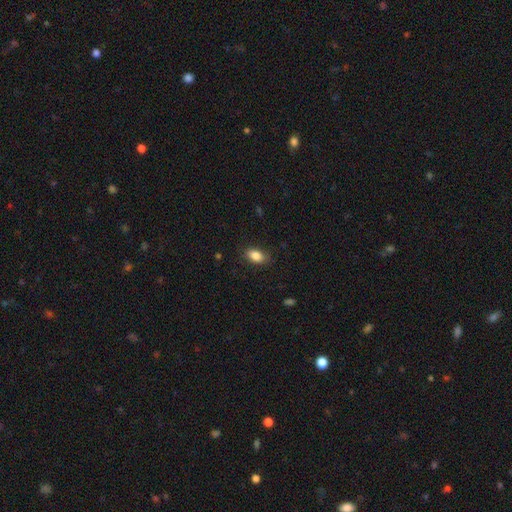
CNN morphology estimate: Smooth or featured? Predicted: smooth (p=0.86). How rounded? Predicted: in between (p=0.89). Merging? Predicted: none (p=0.84).